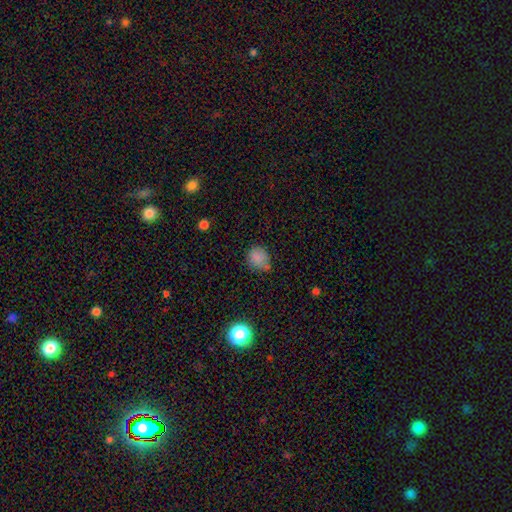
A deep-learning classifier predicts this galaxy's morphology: This appears to be a smooth galaxy with no disk features (80%) that is round (67%). Merging: none (61%).